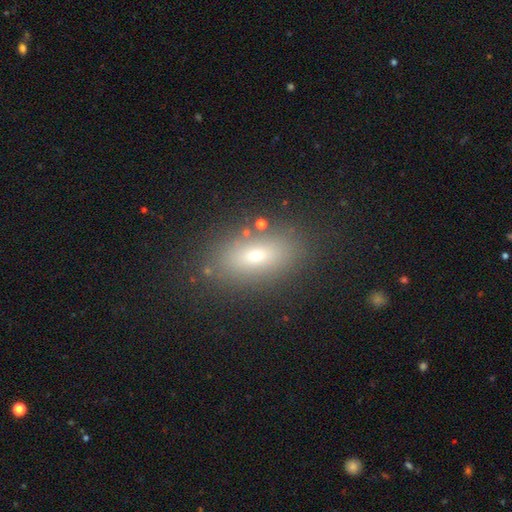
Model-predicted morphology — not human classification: type=smooth (70%); roundness=in between (82%); merging=none (82%).